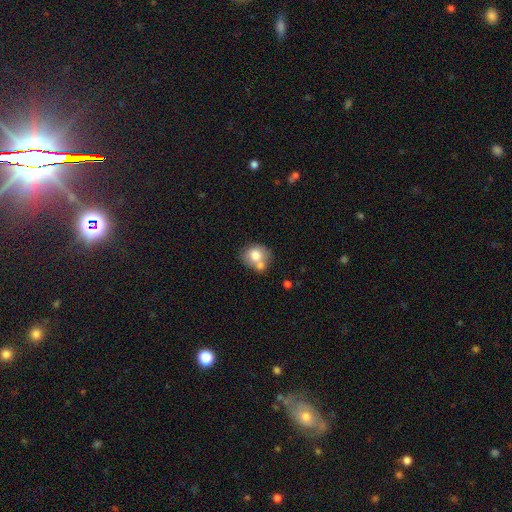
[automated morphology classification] smooth_or_featured: smooth (p=0.75) [alt: featured or disk p=0.16]
how_rounded: round (p=0.64) [alt: in between p=0.35]
merging: none (p=0.45) [alt: merger p=0.37]